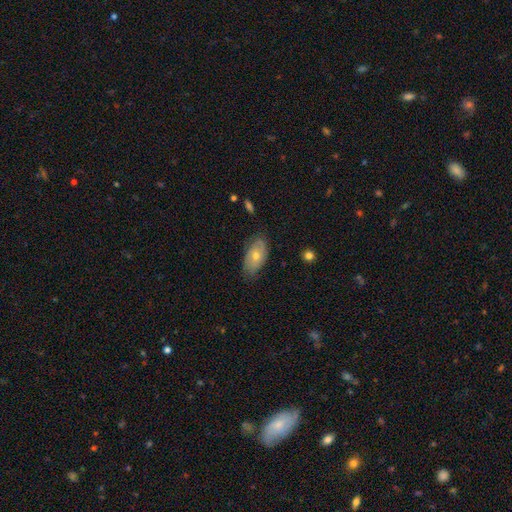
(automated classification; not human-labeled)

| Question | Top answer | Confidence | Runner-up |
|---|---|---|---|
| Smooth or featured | smooth | 49% | featured or disk (43%) |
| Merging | none | 73% | minor disturbance (22%) |